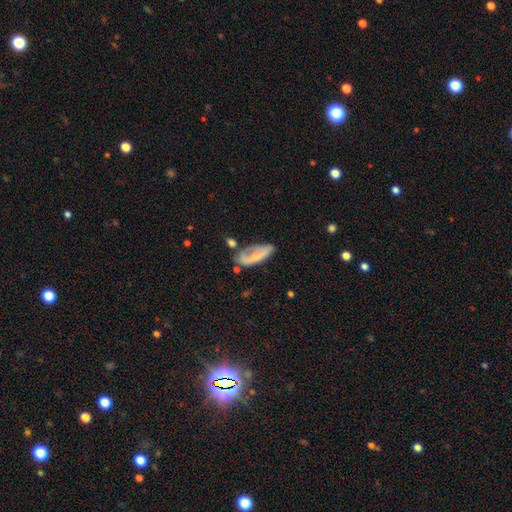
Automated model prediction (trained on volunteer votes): A smooth galaxy with no disk features (51%) that is in between round and cigar-shaped (78%). Merging: none (38%).